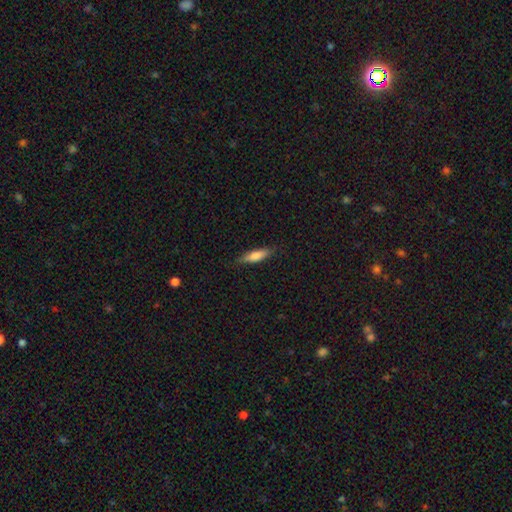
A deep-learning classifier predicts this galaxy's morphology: type=smooth (75%); roundness=cigar-shaped (64%); merging=none (84%).